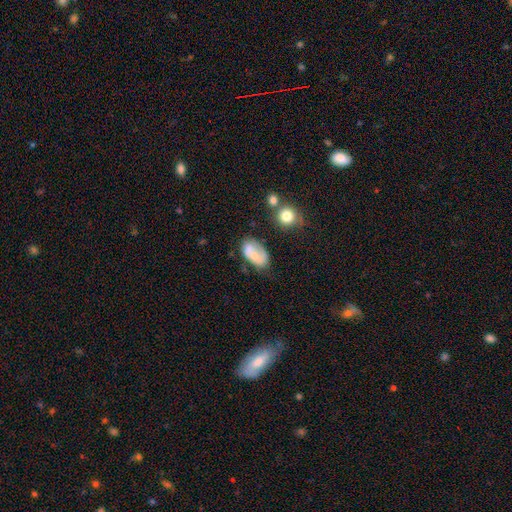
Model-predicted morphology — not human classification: smooth 53%, featured or disk 39%, star or artifact 8%. Down the decision tree: how rounded — in between (90%); merging — none (50%).